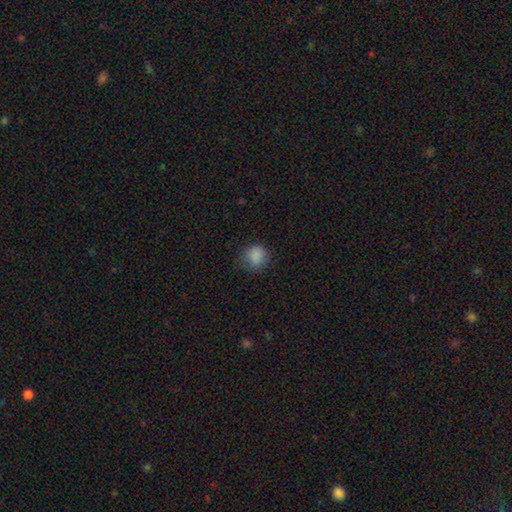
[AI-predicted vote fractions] Overall: smooth (86%). How rounded: round (79%). Merging: none (76%).